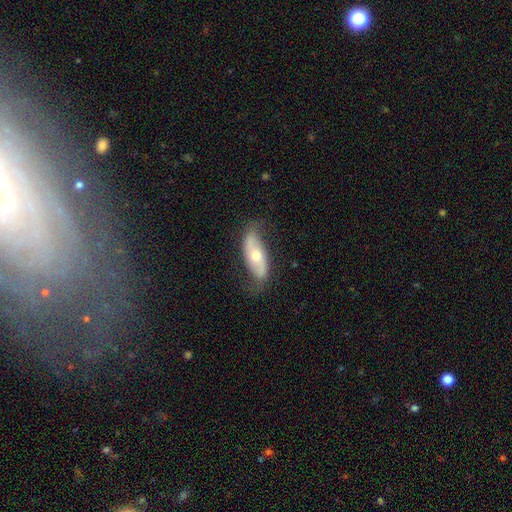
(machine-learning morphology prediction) This appears to be a featured or disk galaxy (60%). Merging: none (70%).